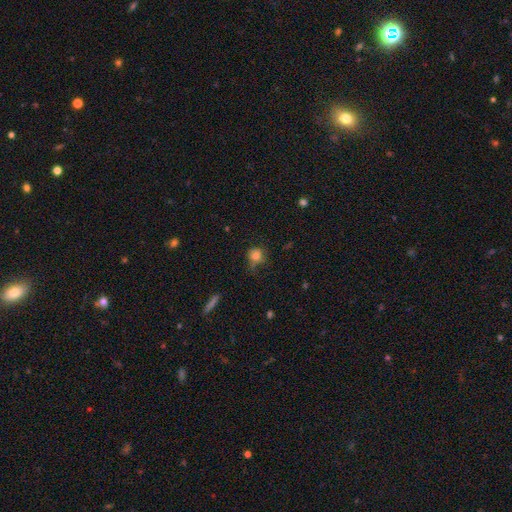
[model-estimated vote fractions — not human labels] A smooth galaxy with no disk features (78%) that is round (80%).

Vote fractions:
- Smooth or featured? smooth: 78% / star or artifact: 12% / featured or disk: 10%
- How rounded? round: 80% / in between: 18% / cigar-shaped: 2%
- Merging? none: 57% / minor disturbance: 28% / major disturbance: 12% / merger: 4%